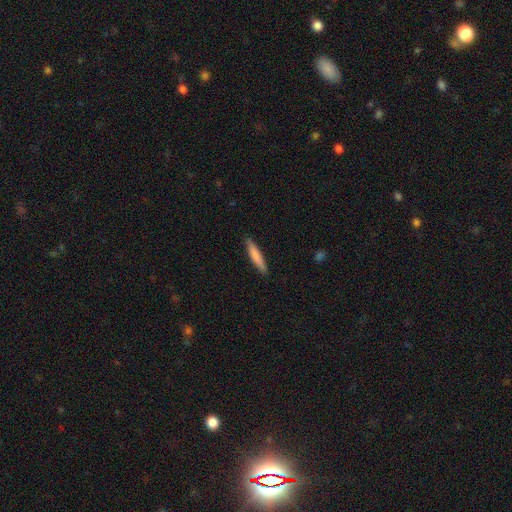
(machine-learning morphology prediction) Overall: smooth (78%). How rounded: cigar-shaped (90%). Merging: none (88%).